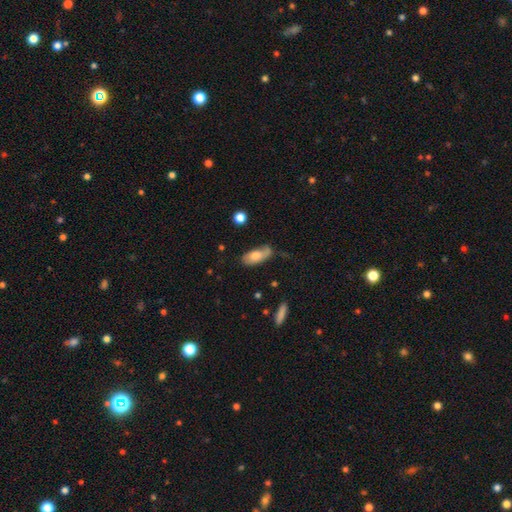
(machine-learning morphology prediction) Smooth or featured?
  - smooth: 68% *
  - featured or disk: 26%
  - star or artifact: 6%
How rounded?
  - in between: 85% *
  - cigar-shaped: 12%
  - round: 3%
Merging?
  - none: 52% *
  - minor disturbance: 33%
  - major disturbance: 11%
  - merger: 4%